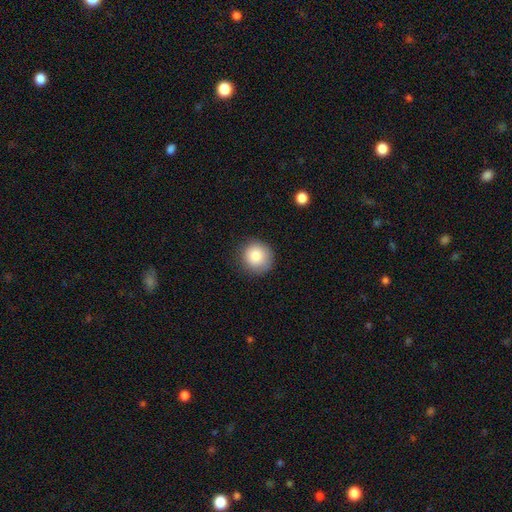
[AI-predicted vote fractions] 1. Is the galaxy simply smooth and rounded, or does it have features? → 84% smooth, 9% star or artifact, 7% featured or disk.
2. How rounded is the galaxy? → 92% round, 7% in between, 1% cigar-shaped.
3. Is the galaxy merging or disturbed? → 85% none, 11% minor disturbance, 3% major disturbance, 1% merger.